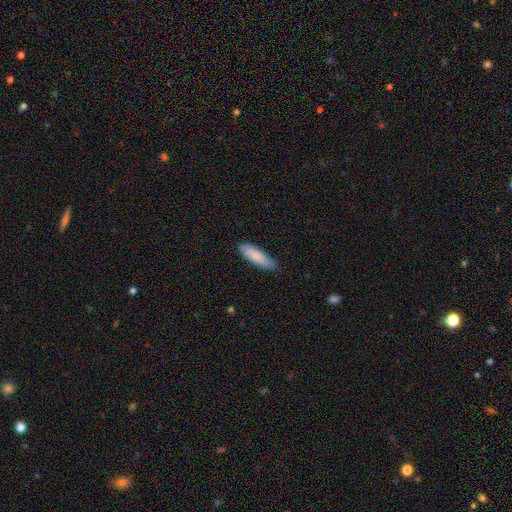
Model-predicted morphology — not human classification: Smooth or featured: smooth — 79% (featured or disk — 16%)
How rounded: cigar-shaped — 58% (in between — 41%)
Merging: none — 79% (minor disturbance — 17%)